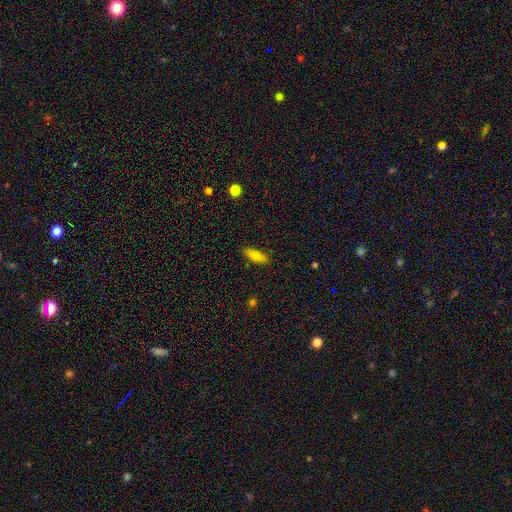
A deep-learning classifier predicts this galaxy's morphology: Smooth or featured? smooth (82%)
How rounded? in between (60%)
Merging? none (86%)